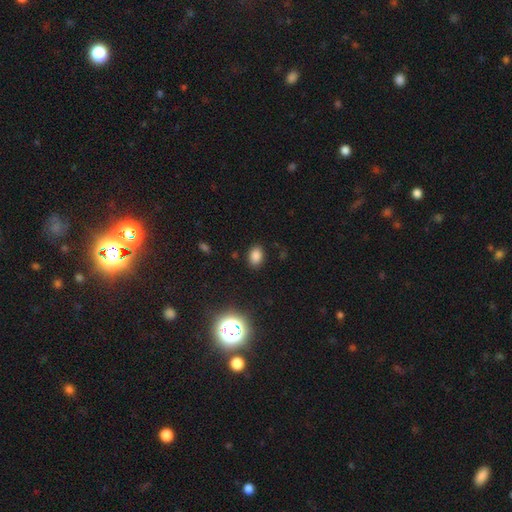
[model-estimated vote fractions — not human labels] Smooth or featured? smooth (81%)
How rounded? in between (79%)
Merging? none (86%)